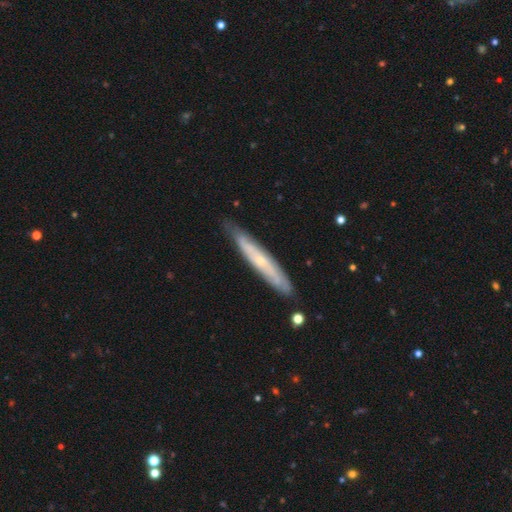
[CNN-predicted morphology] This appears to be a featured or disk galaxy (62%) viewed edge-on (75%). Merging: none (83%).